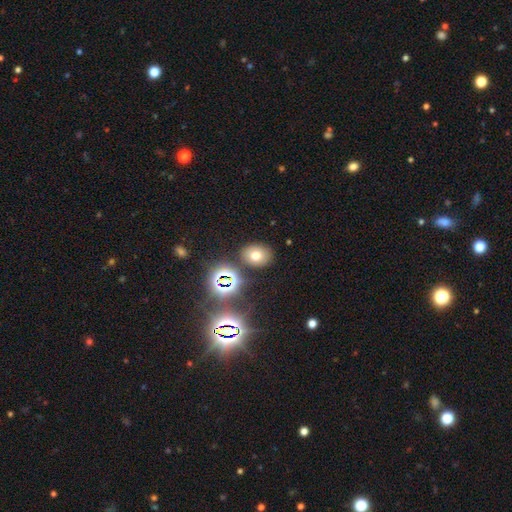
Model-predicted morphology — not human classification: This is likely a smooth galaxy (66%). How rounded: possibly in between (53%). Merging: clearly none (83%).